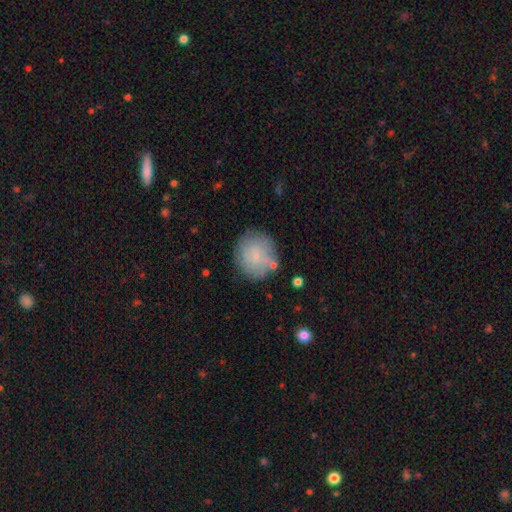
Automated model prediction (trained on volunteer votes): This is likely a smooth galaxy (71%). How rounded: clearly round (83%). Merging: likely none (75%).